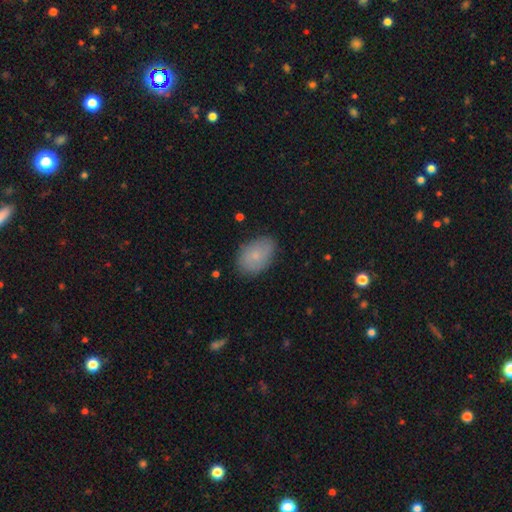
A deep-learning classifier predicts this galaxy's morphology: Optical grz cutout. It shows a smooth galaxy with no disk features (78%) that is in between round and cigar-shaped (86%). Merging: none (79%).